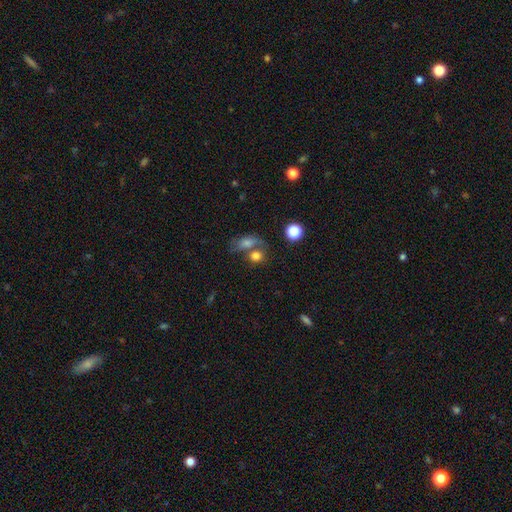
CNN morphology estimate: Overall: smooth (74%). How rounded: round (55%; in between 42%). Merging: merger (43%; none 37%).